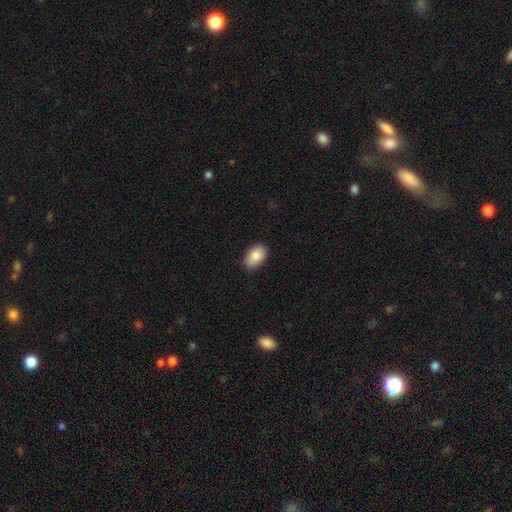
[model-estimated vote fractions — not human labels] Smooth or featured? Predicted: smooth (p=0.85). How rounded? Predicted: in between (p=0.90). Merging? Predicted: none (p=0.85).